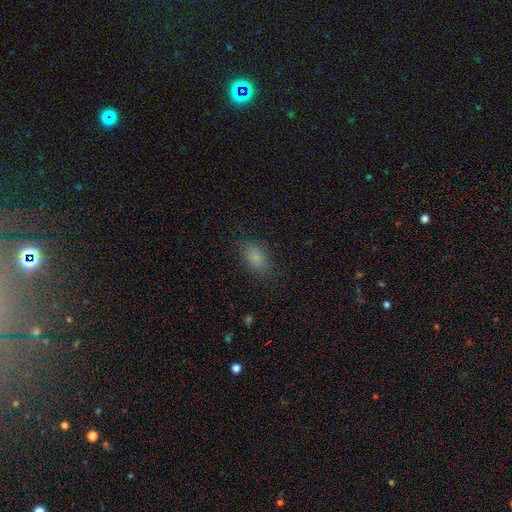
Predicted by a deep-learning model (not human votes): smooth_or_featured: smooth (p=0.78) [alt: star or artifact p=0.14]
how_rounded: in between (p=0.86) [alt: round p=0.07]
merging: none (p=0.76) [alt: minor disturbance p=0.16]